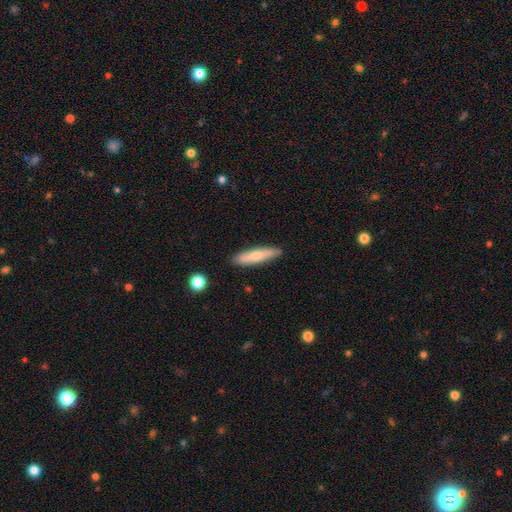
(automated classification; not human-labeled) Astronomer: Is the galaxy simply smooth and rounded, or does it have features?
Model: smooth — 64%.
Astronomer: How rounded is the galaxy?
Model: cigar-shaped — 83%.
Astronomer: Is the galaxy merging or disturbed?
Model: none — 87%.